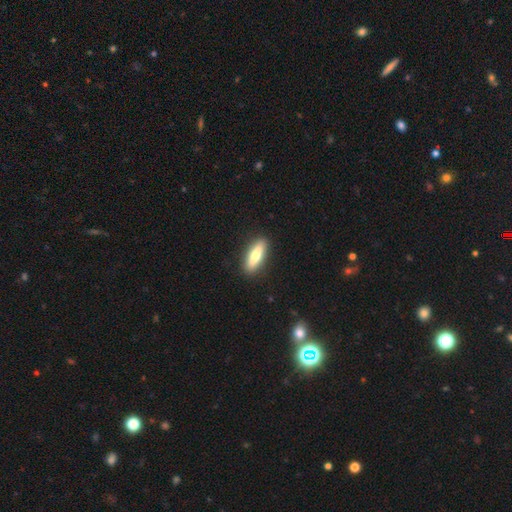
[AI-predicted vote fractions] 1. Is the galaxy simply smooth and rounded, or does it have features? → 66% smooth, 29% featured or disk, 6% star or artifact.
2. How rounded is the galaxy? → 56% cigar-shaped, 42% in between, 2% round.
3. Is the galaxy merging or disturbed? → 90% none, 7% minor disturbance, 2% major disturbance, 1% merger.